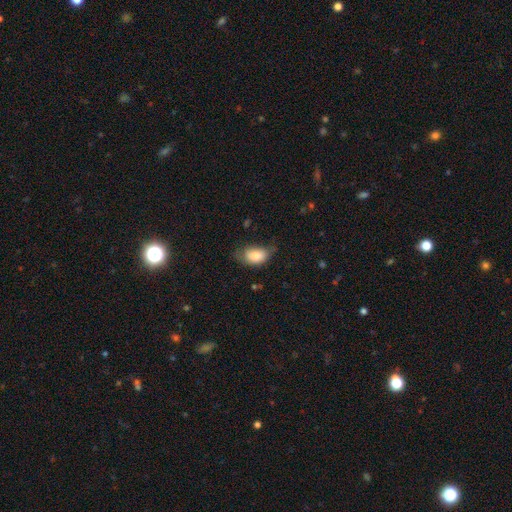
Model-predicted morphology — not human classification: Smooth or featured: smooth — 82% (featured or disk — 11%)
How rounded: in between — 90% (round — 8%)
Merging: none — 46% (minor disturbance — 38%)